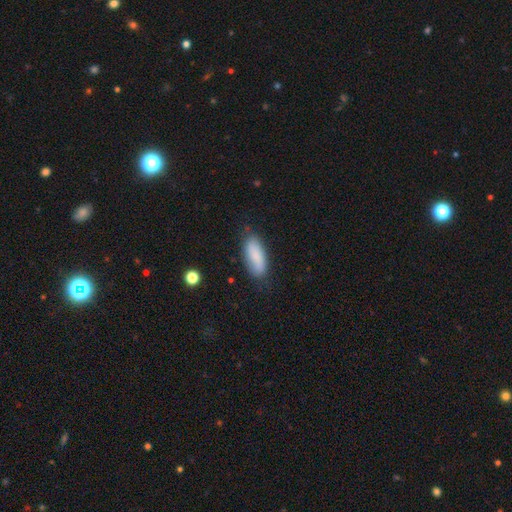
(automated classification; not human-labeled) A smooth galaxy with no disk features (83%) that is in between round and cigar-shaped (78%).

Vote fractions:
- Smooth or featured? smooth: 83% / featured or disk: 10% / star or artifact: 7%
- How rounded? in between: 78% / cigar-shaped: 20% / round: 2%
- Merging? none: 74% / minor disturbance: 19% / major disturbance: 5% / merger: 2%